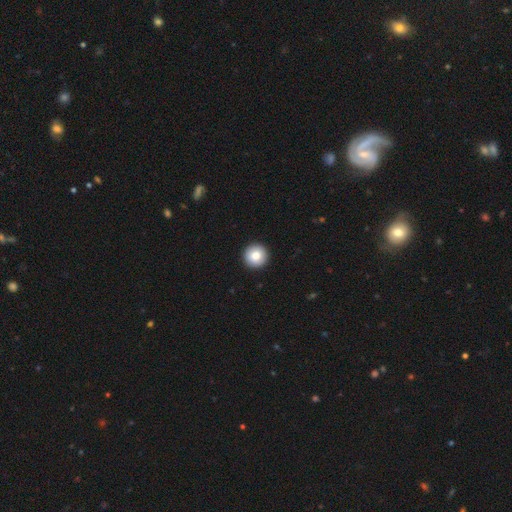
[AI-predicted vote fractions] smooth_or_featured: smooth (p=0.81) [alt: featured or disk p=0.11]
how_rounded: round (p=0.97) [alt: in between p=0.02]
merging: none (p=0.94) [alt: minor disturbance p=0.04]